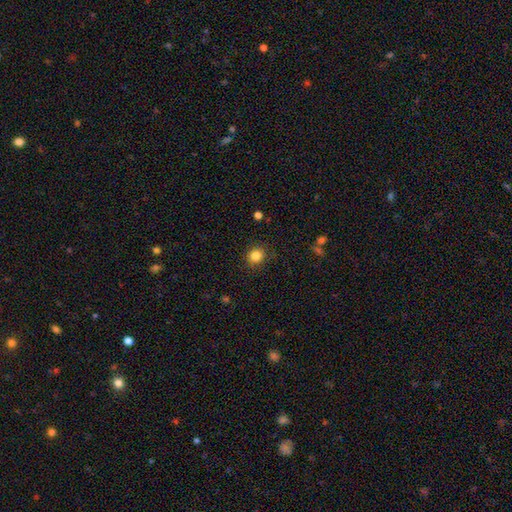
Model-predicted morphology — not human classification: Overall: smooth (84%). How rounded: round (85%). Merging: none (88%).